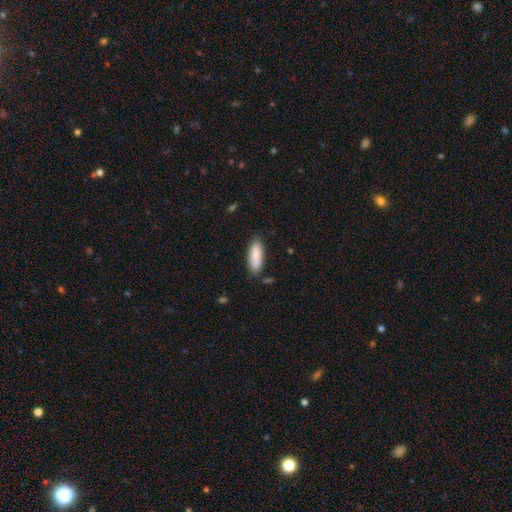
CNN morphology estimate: Overall: smooth (86%). How rounded: in between (62%; cigar-shaped 36%). Merging: none (82%).